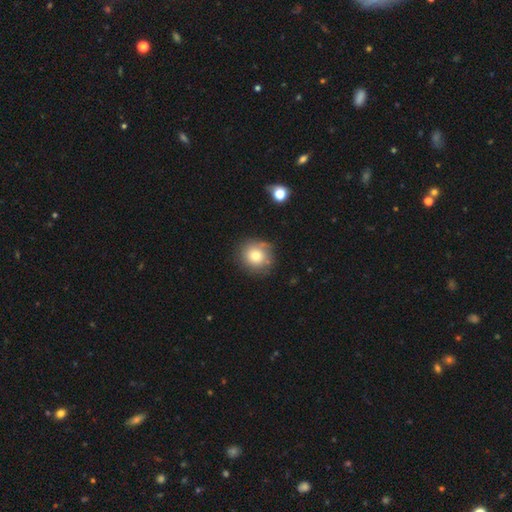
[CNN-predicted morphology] smooth-or-featured: smooth: 74% | featured or disk: 15% | star or artifact: 11%
  how-rounded: round: 89% | in between: 10% | cigar-shaped: 1%
  merging: none: 75% | minor disturbance: 17% | major disturbance: 5% | merger: 4%